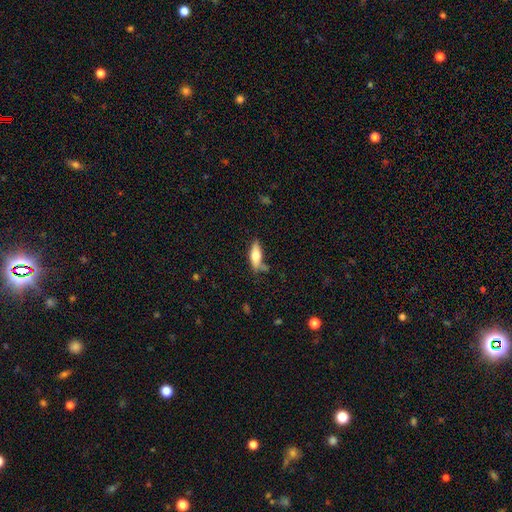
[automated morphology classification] smooth_or_featured: smooth (p=0.66) [alt: featured or disk p=0.27]
how_rounded: in between (p=0.63) [alt: cigar-shaped p=0.34]
merging: none (p=0.62) [alt: minor disturbance p=0.24]